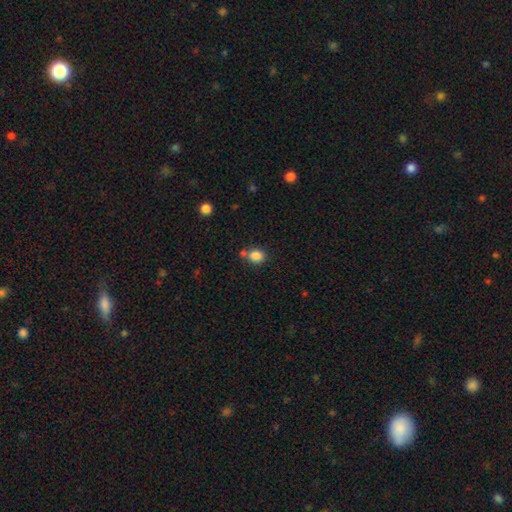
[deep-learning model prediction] Smooth or featured? Predicted: smooth (p=0.84). How rounded? Predicted: round (p=0.58). Merging? Predicted: none (p=0.63).